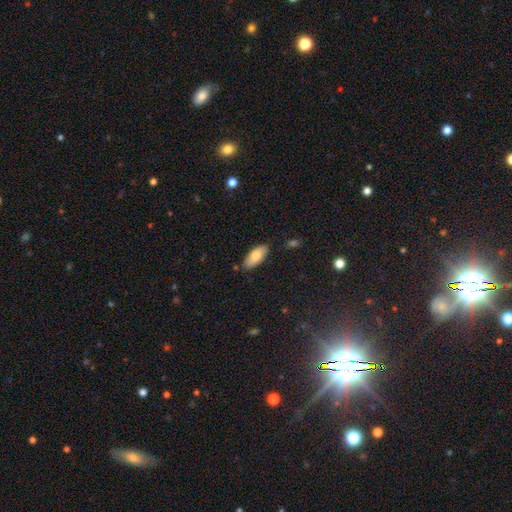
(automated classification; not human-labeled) A smooth galaxy with no disk features (77%) that is in between round and cigar-shaped (87%). Merging: none (85%).